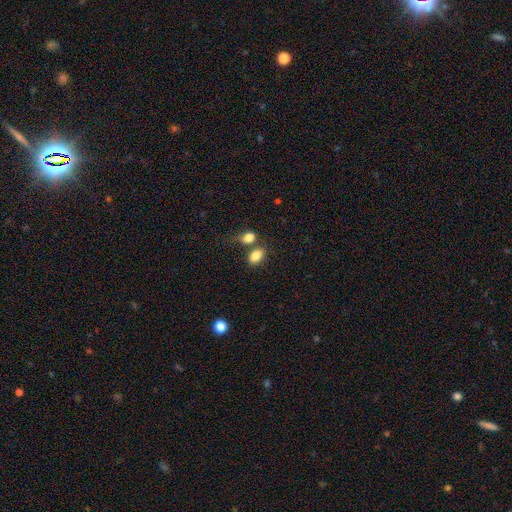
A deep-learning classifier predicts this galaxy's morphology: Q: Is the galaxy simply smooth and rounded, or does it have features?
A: smooth — 84%.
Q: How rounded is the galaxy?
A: in between — 84%.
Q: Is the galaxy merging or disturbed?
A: none — 55%.